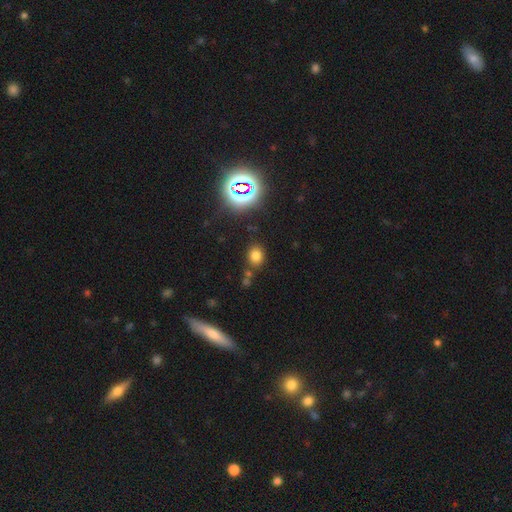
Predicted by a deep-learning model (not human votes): smooth-or-featured: smooth: 72% | star or artifact: 21% | featured or disk: 7%
  how-rounded: round: 61% | in between: 38% | cigar-shaped: 1%
  merging: none: 78% | minor disturbance: 11% | merger: 7% | major disturbance: 4%